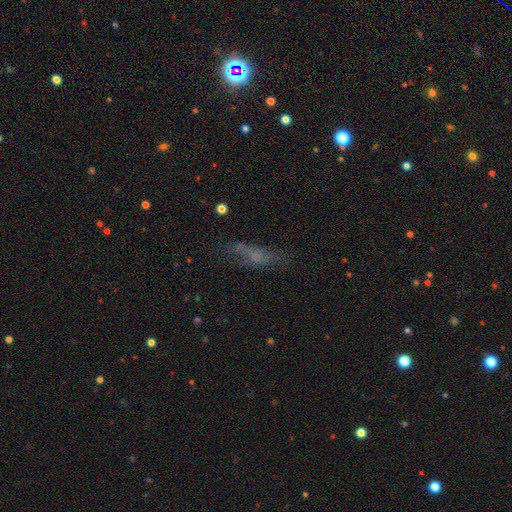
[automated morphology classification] The model was most divided on "smooth or featured": smooth: 49%, featured or disk: 36%, star or artifact: 15%. More confident: merging — none (55%).